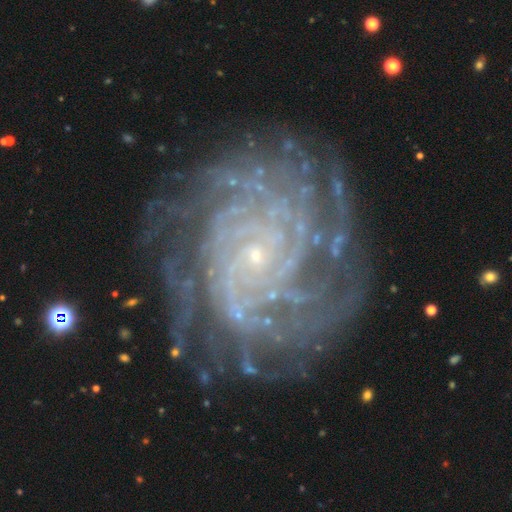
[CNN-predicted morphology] type=featured or disk (89%); edge-on=no (98%); bar=no (74%); spiral arms=yes (97%); winding=tight (79%); arm count=more than 4 (28%); bulge=small (88%); merging=none (78%).